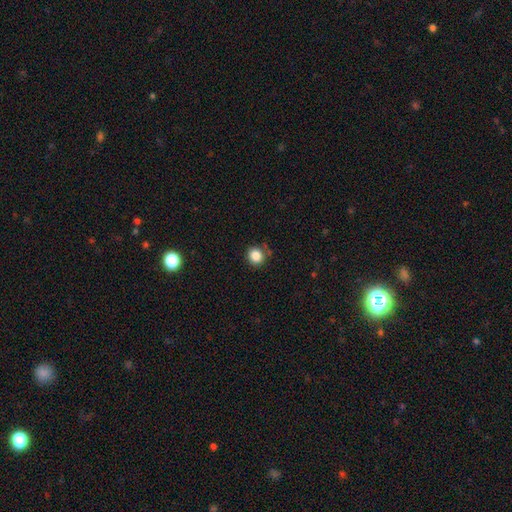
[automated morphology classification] This appears to be a smooth galaxy with no disk features (85%) that is round (81%). Merging: none (82%).